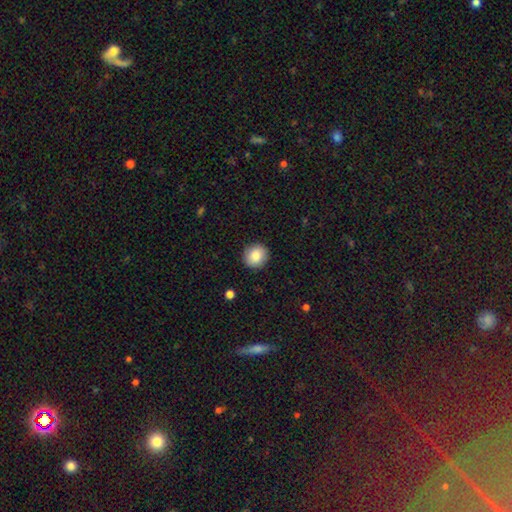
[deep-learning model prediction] smooth 85%, star or artifact 8%, featured or disk 7%. Down the decision tree: how rounded — round (83%); merging — none (90%).